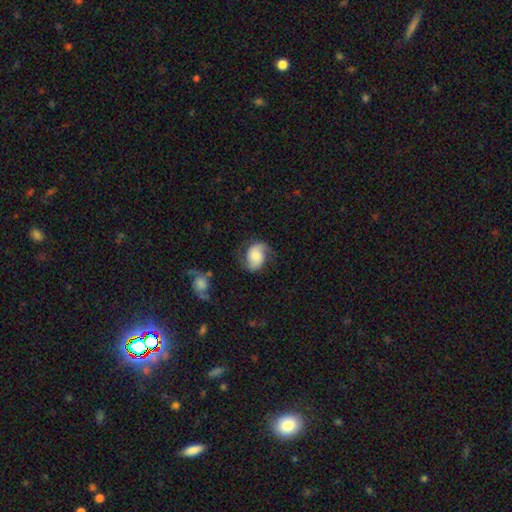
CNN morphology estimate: Smooth or featured?
  - featured or disk: 59% *
  - smooth: 33%
  - star or artifact: 8%
Edge-on disk?
  - no: 97% *
  - yes: 3%
Bar?
  - no: 62% *
  - weak: 30%
  - strong: 8%
Spiral arms?
  - yes: 92% *
  - no: 8%
Spiral winding?
  - medium: 43% *
  - loose: 35%
  - tight: 22%
Spiral arm count?
  - 2: 85% *
  - 1: 6%
  - can't tell: 6%
  - 3: 1%
  - 4: 1%
  - more than 4: 1%
Bulge size?
  - moderate: 36% *
  - small: 27%
  - large: 19%
  - none: 13%
  - dominant: 5%
Merging?
  - none: 64% *
  - minor disturbance: 23%
  - major disturbance: 10%
  - merger: 3%